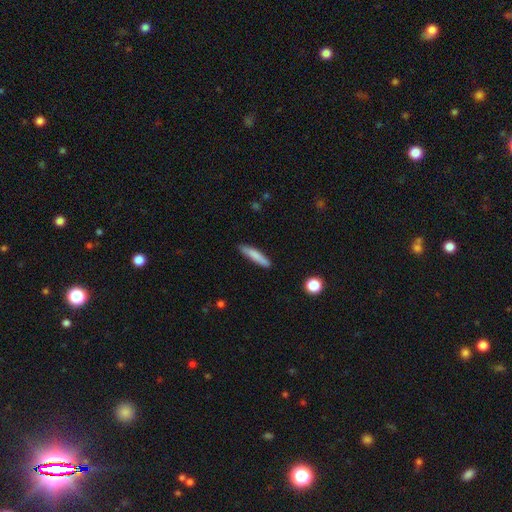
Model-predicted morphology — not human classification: Overall: smooth (80%). How rounded: cigar-shaped (89%). Merging: none (84%).